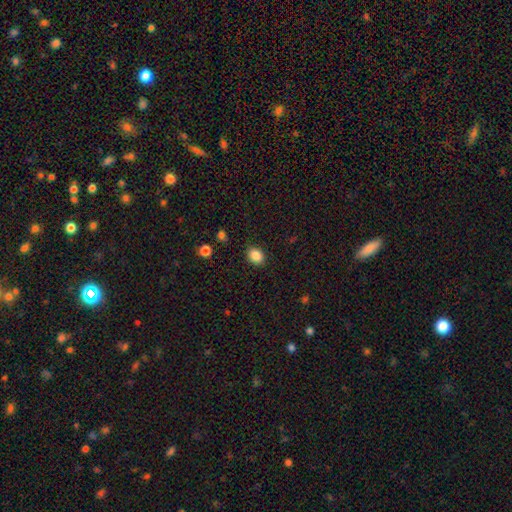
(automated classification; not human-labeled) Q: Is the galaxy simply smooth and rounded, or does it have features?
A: smooth — 86%.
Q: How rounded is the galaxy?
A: in between — 59%.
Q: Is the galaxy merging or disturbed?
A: none — 88%.